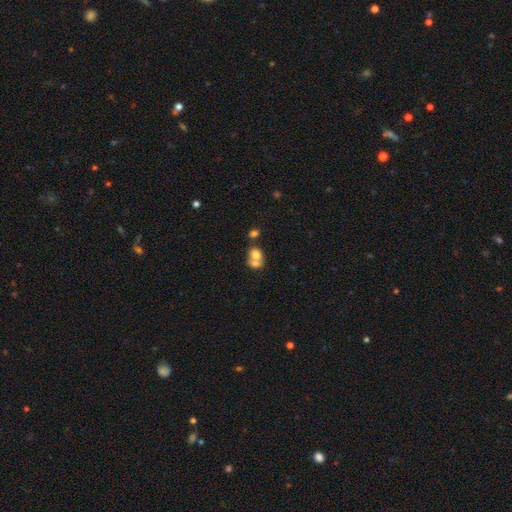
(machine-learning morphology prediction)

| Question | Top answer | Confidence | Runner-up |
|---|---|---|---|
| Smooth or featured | smooth | 74% | featured or disk (16%) |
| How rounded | in between | 56% | round (43%) |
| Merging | merger | 65% | none (24%) |